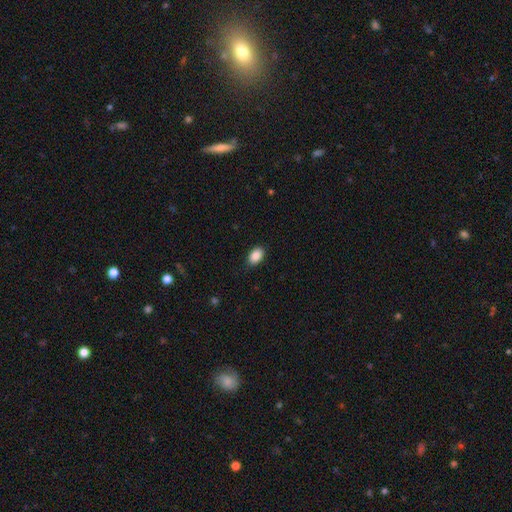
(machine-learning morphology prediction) This is clearly a smooth galaxy (89%). How rounded: clearly in between (90%). Merging: clearly none (88%).